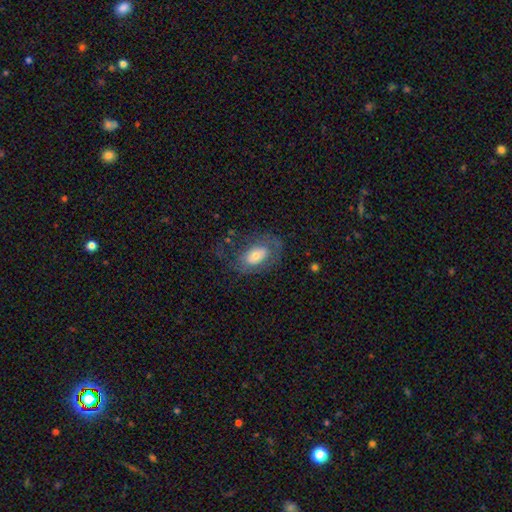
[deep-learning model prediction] Smooth or featured: smooth — 51% (featured or disk — 42%)
How rounded: in between — 87% (round — 11%)
Merging: none — 54% (major disturbance — 22%)